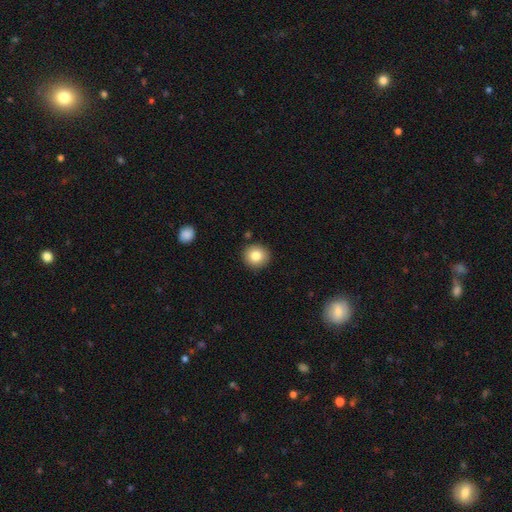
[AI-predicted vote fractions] smooth_or_featured: smooth (p=0.83) [alt: star or artifact p=0.09]
how_rounded: round (p=0.92) [alt: in between p=0.07]
merging: none (p=0.90) [alt: minor disturbance p=0.06]